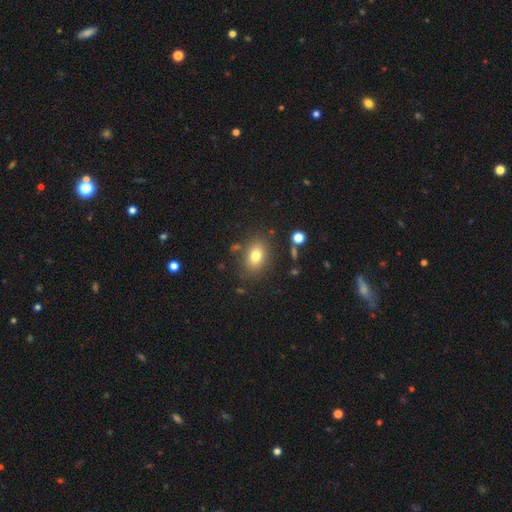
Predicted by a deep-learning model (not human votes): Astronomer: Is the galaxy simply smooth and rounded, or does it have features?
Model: smooth — 78%.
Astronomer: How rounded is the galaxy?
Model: in between — 74%.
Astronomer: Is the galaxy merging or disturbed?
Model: none — 81%.